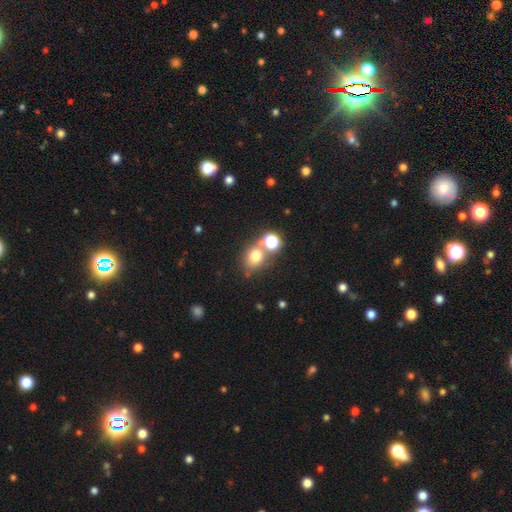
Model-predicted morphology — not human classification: The model was most divided on "how rounded": round: 63%, in between: 36%, cigar-shaped: 1%. More confident: smooth or featured — smooth (71%); merging — none (57%).